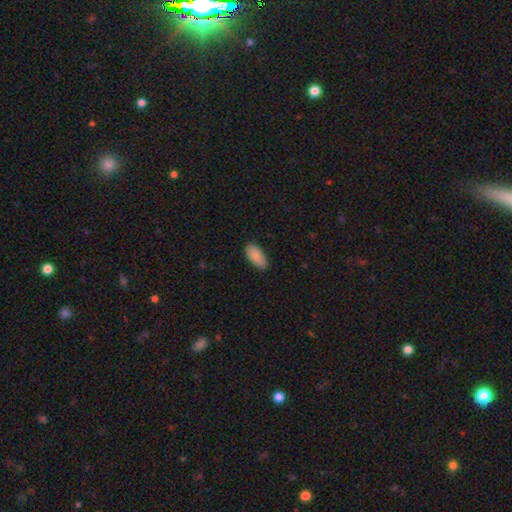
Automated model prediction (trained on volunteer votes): This appears to be a smooth galaxy with no disk features (89%) that is in between round and cigar-shaped (92%). Merging: none (86%).